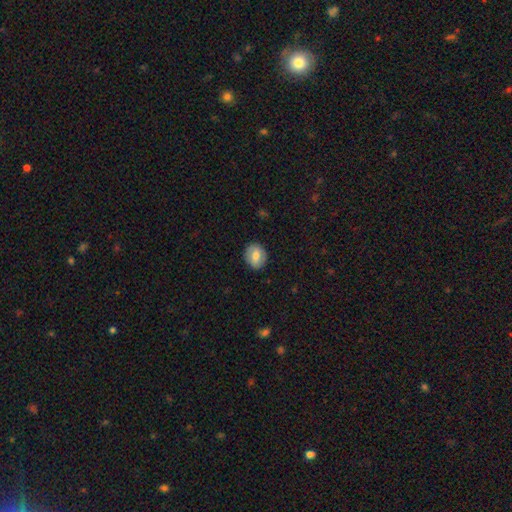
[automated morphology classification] The model was most divided on "how rounded": round: 59%, in between: 39%, cigar-shaped: 1%. More confident: merging — none (87%); smooth or featured — smooth (70%).